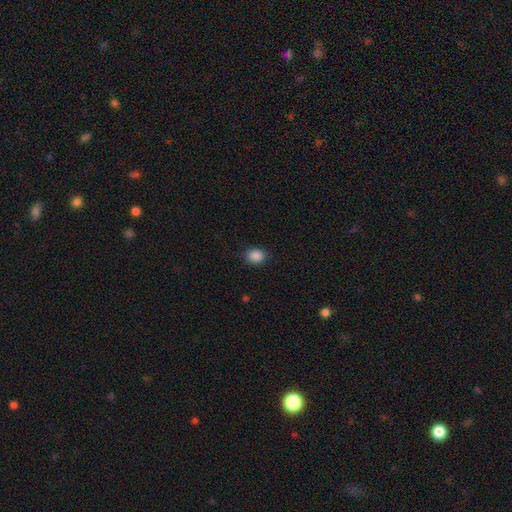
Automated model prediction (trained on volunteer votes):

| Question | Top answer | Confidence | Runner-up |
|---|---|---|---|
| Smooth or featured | smooth | 88% | star or artifact (9%) |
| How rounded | round | 51% | in between (48%) |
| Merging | none | 88% | minor disturbance (9%) |